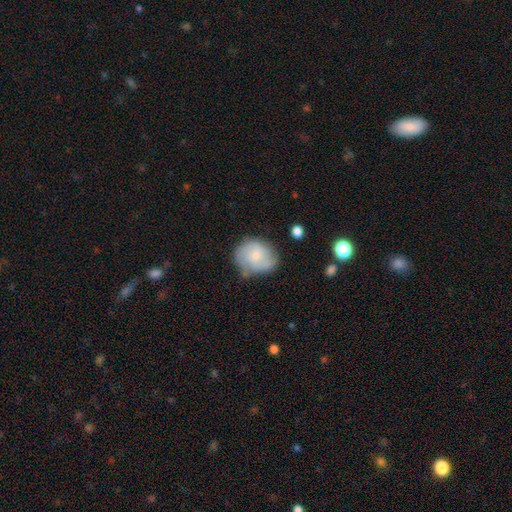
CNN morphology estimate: Smooth or featured: smooth — 56% (featured or disk — 37%)
How rounded: round — 57% (in between — 42%)
Merging: none — 55% (minor disturbance — 31%)